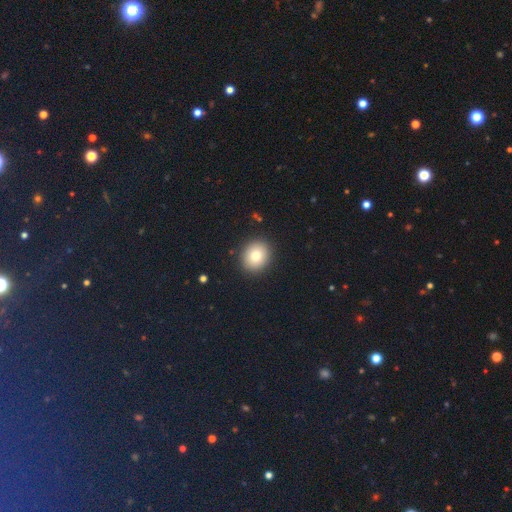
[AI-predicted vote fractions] The model was most divided on "how rounded": round: 72%, in between: 28%, cigar-shaped: 1%. More confident: merging — none (90%); smooth or featured — smooth (80%).